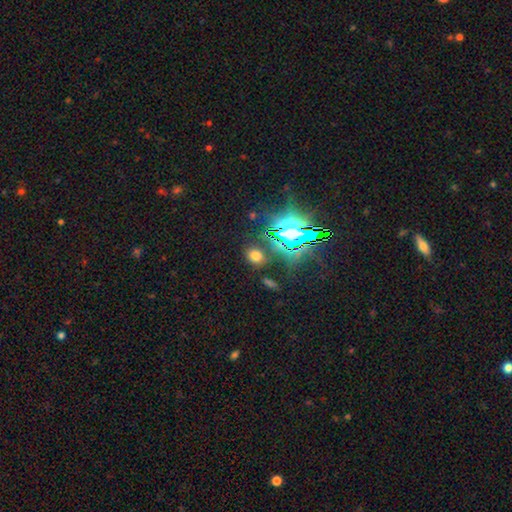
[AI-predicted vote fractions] A smooth galaxy with no disk features (60%) that is round (52%).

Vote fractions:
- Smooth or featured? smooth: 60% / star or artifact: 33% / featured or disk: 7%
- How rounded? round: 52% / in between: 46% / cigar-shaped: 2%
- Merging? none: 81% / minor disturbance: 10% / merger: 5% / major disturbance: 4%